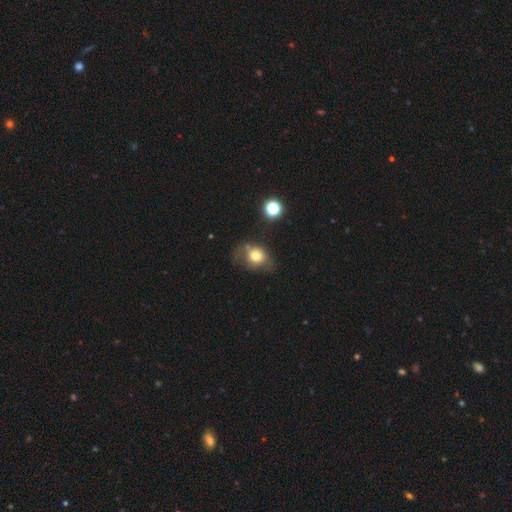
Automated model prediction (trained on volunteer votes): The model was most divided on "how rounded": round: 54%, in between: 45%, cigar-shaped: 1%. Remaining: smooth or featured — smooth (70%); merging — none (41%).